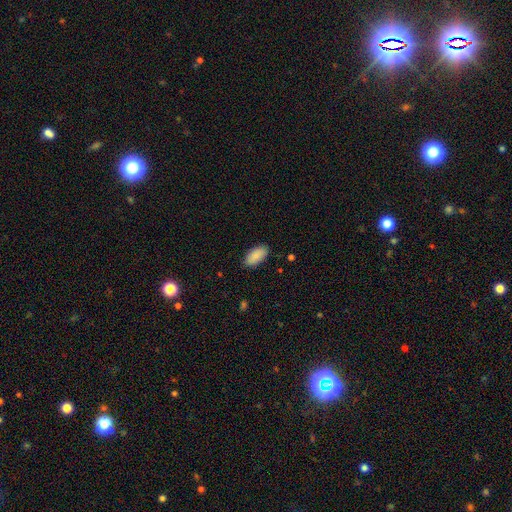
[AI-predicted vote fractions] smooth 89%, star or artifact 6%, featured or disk 4%. Down the decision tree: how rounded — in between (93%); merging — none (88%).